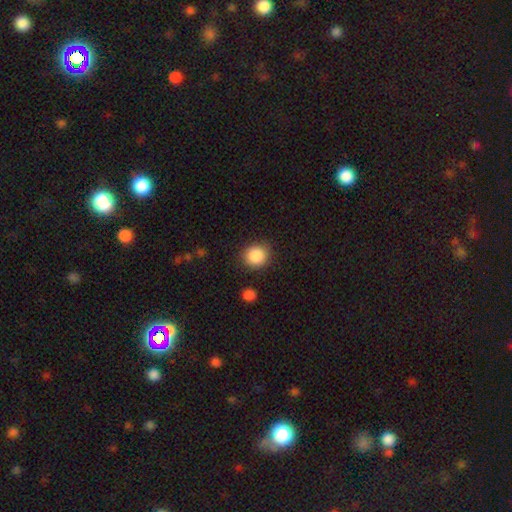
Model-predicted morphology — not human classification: Smooth or featured? Predicted: smooth (p=0.88). How rounded? Predicted: round (p=0.86). Merging? Predicted: none (p=0.86).